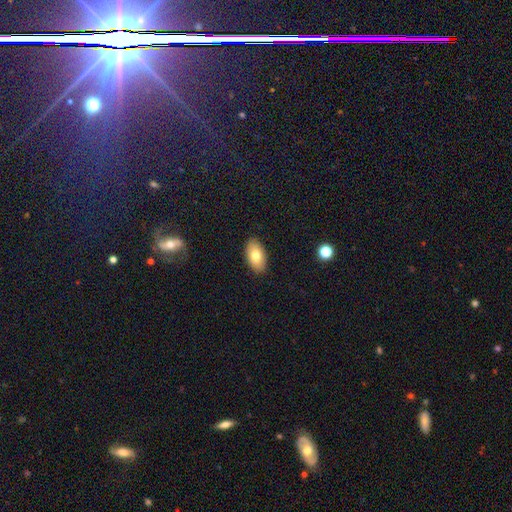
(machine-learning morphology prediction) smooth-or-featured: smooth: 77% | featured or disk: 16% | star or artifact: 7%
  how-rounded: in between: 94% | round: 4% | cigar-shaped: 2%
  merging: none: 88% | minor disturbance: 9% | major disturbance: 2% | merger: 1%